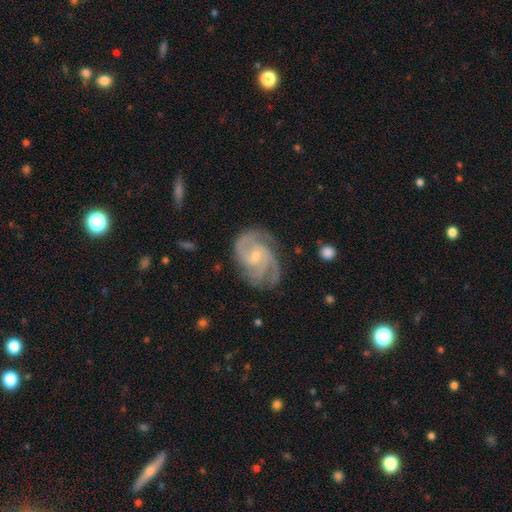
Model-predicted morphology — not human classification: This appears to be a featured or disk galaxy (90%) with no bar (62%), 3 (44%) tight (54%) spiral arms (98%) and a small central bulge (64%). Merging: none (72%).